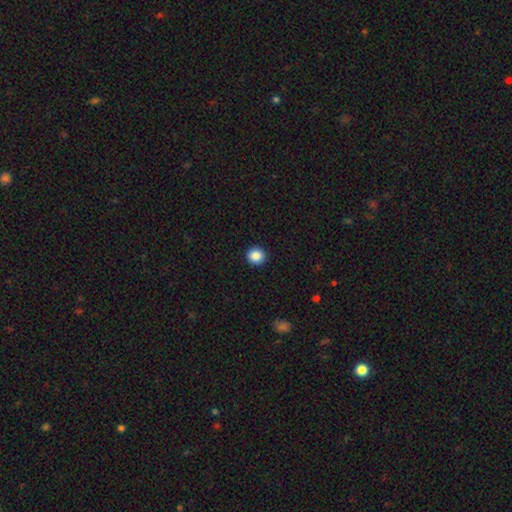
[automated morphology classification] This is clearly a smooth galaxy (87%). How rounded: clearly round (92%). Merging: clearly none (93%).